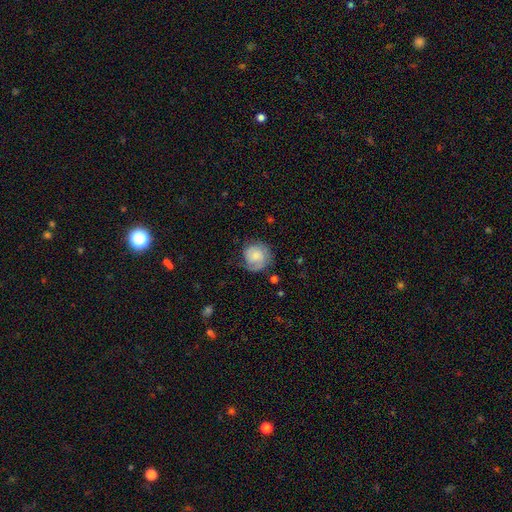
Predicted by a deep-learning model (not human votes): Smooth or featured?
  - smooth: 50% *
  - featured or disk: 43%
  - star or artifact: 7%
Merging?
  - none: 62% *
  - minor disturbance: 24%
  - major disturbance: 12%
  - merger: 2%